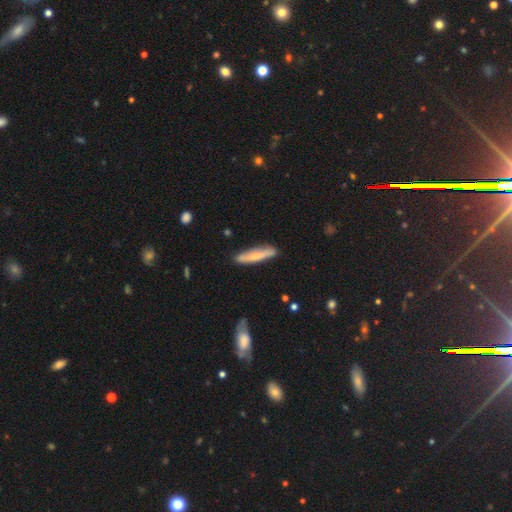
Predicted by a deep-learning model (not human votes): Smooth or featured? Predicted: smooth (p=0.64). How rounded? Predicted: cigar-shaped (p=0.89). Merging? Predicted: none (p=0.83).